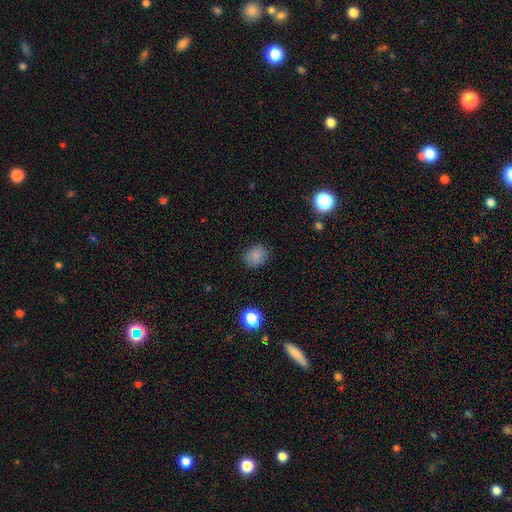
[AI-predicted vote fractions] smooth_or_featured: smooth (p=0.83) [alt: star or artifact p=0.11]
how_rounded: in between (p=0.53) [alt: round p=0.46]
merging: none (p=0.84) [alt: minor disturbance p=0.12]